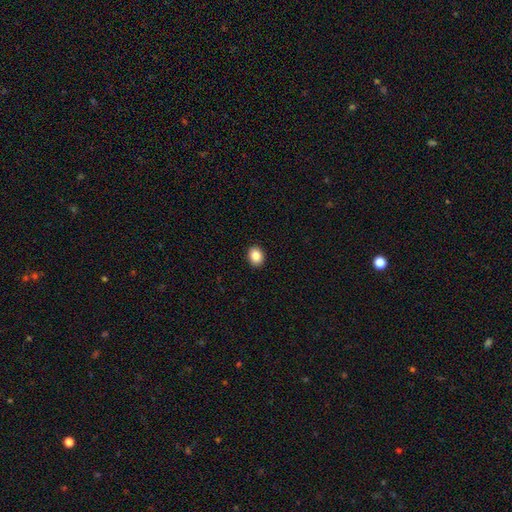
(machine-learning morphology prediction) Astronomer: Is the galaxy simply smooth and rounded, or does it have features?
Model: smooth — 87%.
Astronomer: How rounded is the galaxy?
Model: round — 50%, tied with in between at 50%.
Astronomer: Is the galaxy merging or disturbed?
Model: none — 92%.